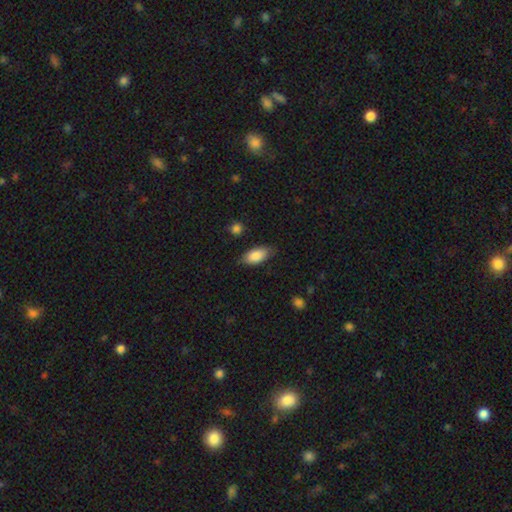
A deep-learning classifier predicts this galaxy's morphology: smooth 85%, featured or disk 8%, star or artifact 6%. Down the decision tree: how rounded — in between (90%); merging — none (79%).